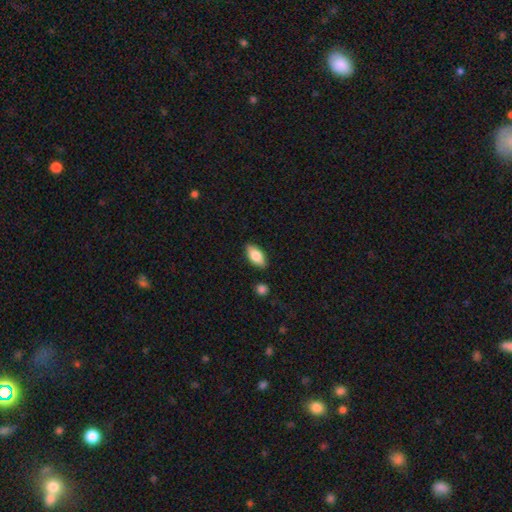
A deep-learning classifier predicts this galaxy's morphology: Overall: smooth (77%). How rounded: in between (87%). Merging: none (86%).